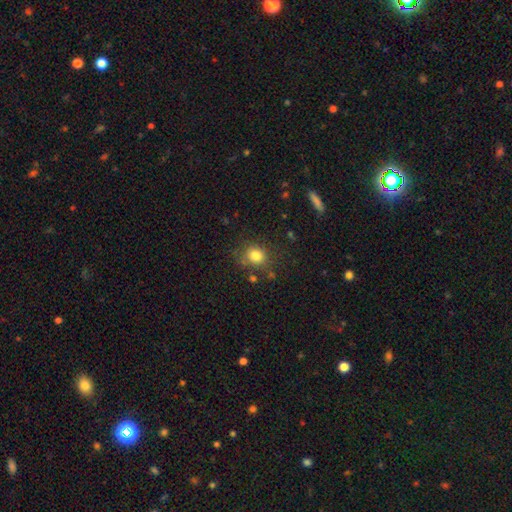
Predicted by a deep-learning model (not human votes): A smooth galaxy with no disk features (81%) that is round (78%).

Vote fractions:
- Smooth or featured? smooth: 81% / star or artifact: 12% / featured or disk: 7%
- How rounded? round: 78% / in between: 21% / cigar-shaped: 1%
- Merging? none: 75% / minor disturbance: 15% / major disturbance: 6% / merger: 4%